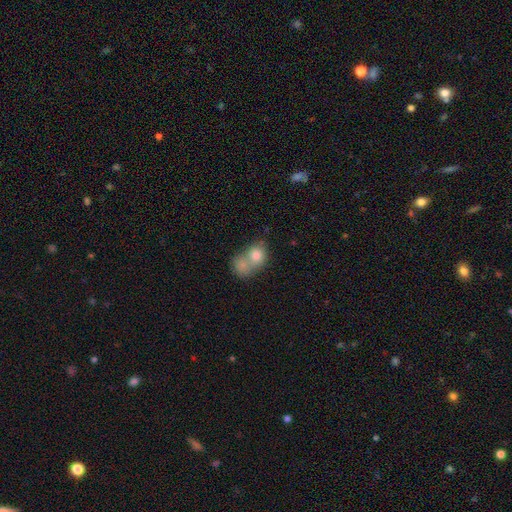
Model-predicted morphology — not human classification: This appears to be a smooth galaxy with no disk features (78%) that is round (58%). Merging: merger (70%).